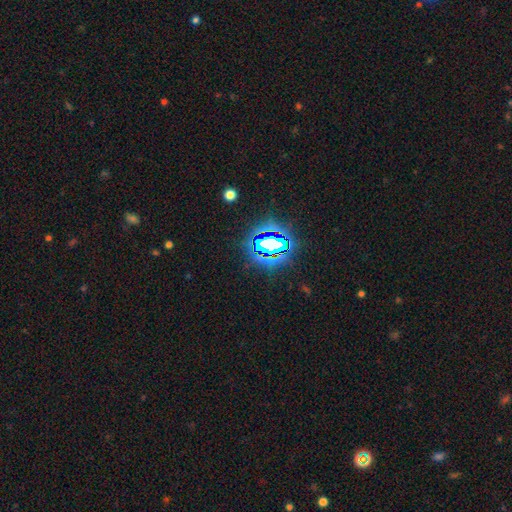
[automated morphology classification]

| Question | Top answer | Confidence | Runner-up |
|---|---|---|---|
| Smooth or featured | star or artifact | 82% | smooth (11%) |